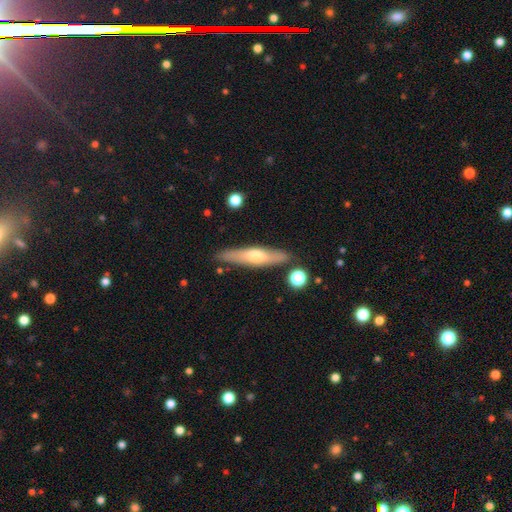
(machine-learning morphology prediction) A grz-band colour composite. It shows a featured or disk galaxy (47%, tied with smooth). Merging: none (84%).